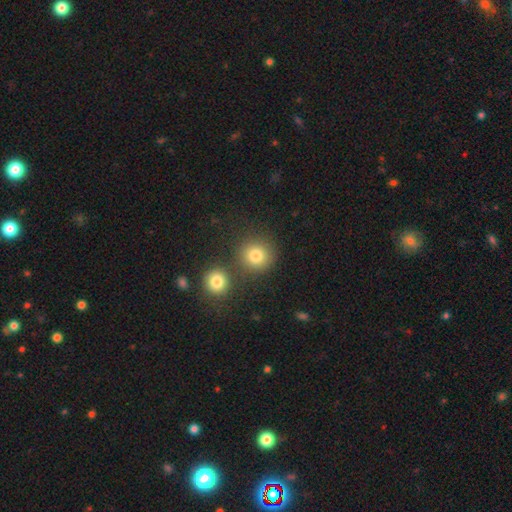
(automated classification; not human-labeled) Smooth or featured: smooth — 81% (star or artifact — 13%)
How rounded: round — 91% (in between — 8%)
Merging: none — 75% (merger — 14%)